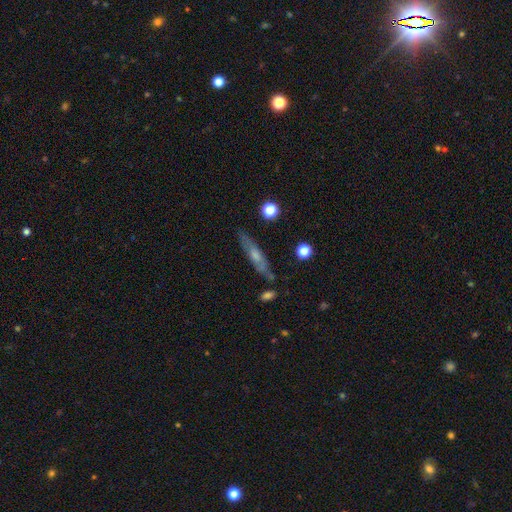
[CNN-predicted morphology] Q: Smooth or featured?
A: featured or disk (47%); runner-up: smooth (45%)
Q: Merging?
A: none (73%); runner-up: minor disturbance (17%)